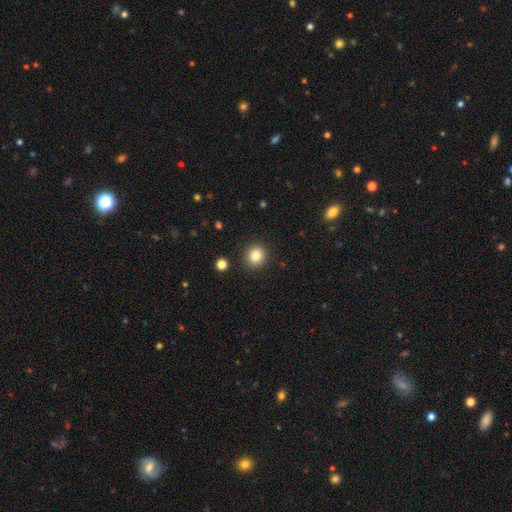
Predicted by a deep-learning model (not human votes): This appears to be a smooth galaxy with no disk features (84%) that is round (88%). Merging: none (90%).